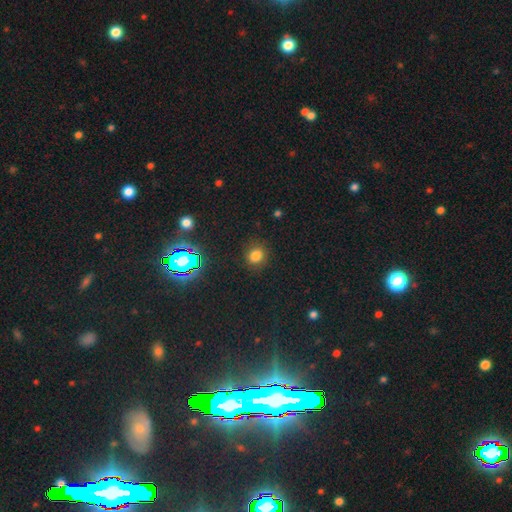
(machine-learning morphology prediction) smooth-or-featured: smooth: 76% | star or artifact: 19% | featured or disk: 5%
  how-rounded: round: 78% | in between: 21% | cigar-shaped: 1%
  merging: none: 87% | minor disturbance: 8% | major disturbance: 3% | merger: 1%